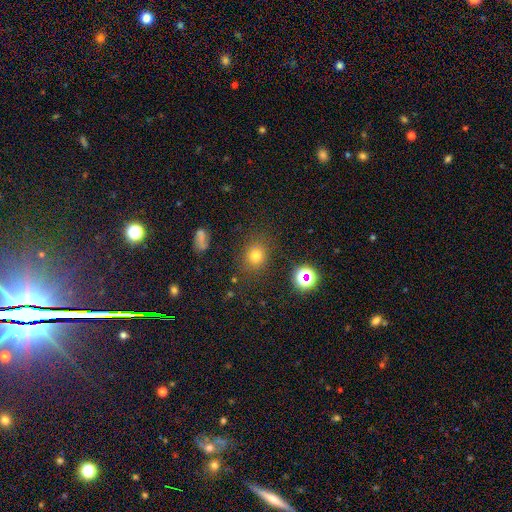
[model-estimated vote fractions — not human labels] The model was most divided on "how rounded": round: 75%, in between: 24%, cigar-shaped: 1%. More confident: merging — none (82%); smooth or featured — smooth (72%).